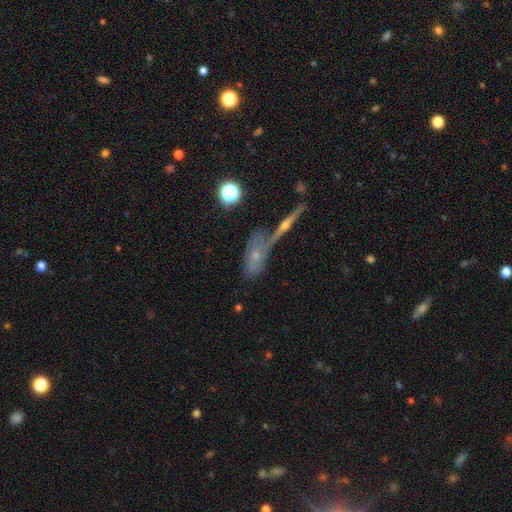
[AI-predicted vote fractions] The model was most divided on "edge-on disk": yes: 58%, no: 42%. Remaining: smooth or featured — featured or disk (53%); merging — none (48%).